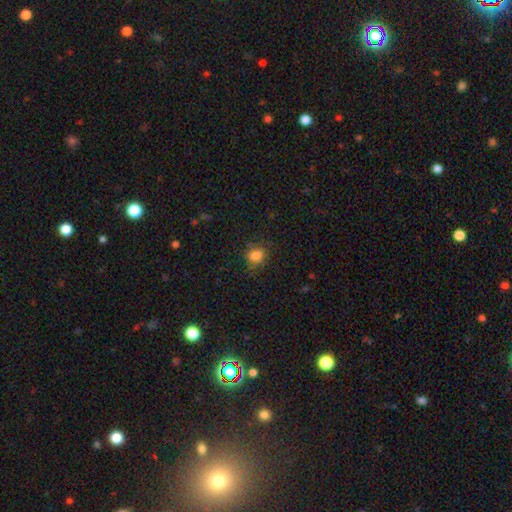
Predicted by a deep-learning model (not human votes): Morphology: type=smooth (81%); roundness=round (55%); merging=none (72%).